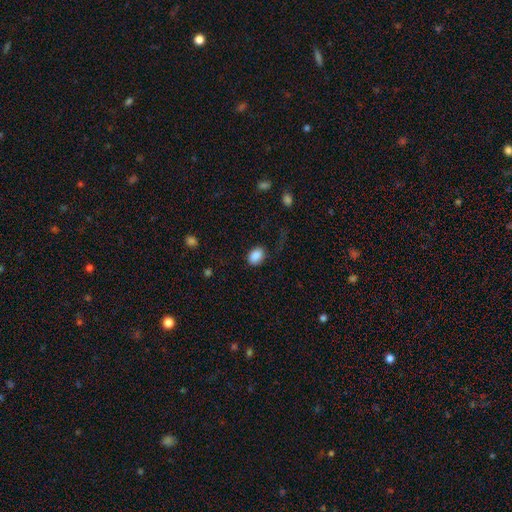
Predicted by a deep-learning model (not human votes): This appears to be a smooth galaxy with no disk features (88%) that is in between round and cigar-shaped (73%). Merging: none (79%).